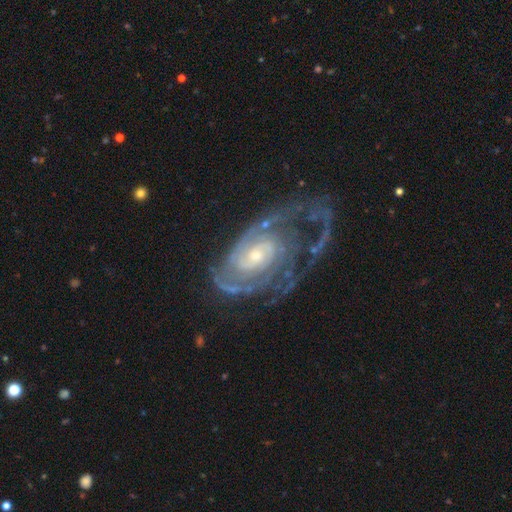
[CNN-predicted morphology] Smooth or featured? Predicted: featured or disk (p=0.90). Edge-on disk? Predicted: no (p=0.96). Bar? Predicted: no (p=0.63). Spiral arms? Predicted: yes (p=0.96). Spiral winding? Predicted: tight (p=0.57). Spiral arm count? Predicted: 2 (p=0.38). Bulge size? Predicted: small (p=0.52). Merging? Predicted: none (p=0.45).